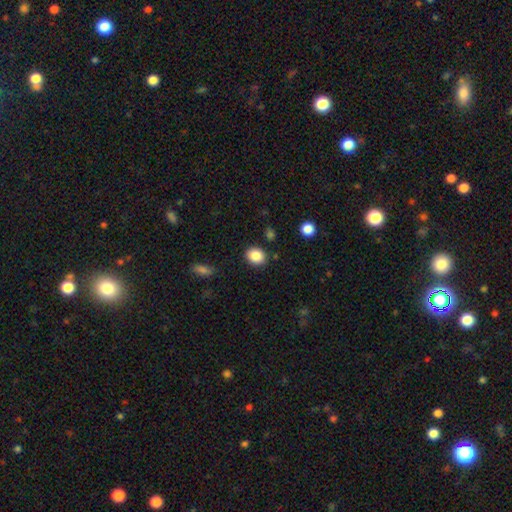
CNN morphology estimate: A smooth galaxy with no disk features (87%) that is round (59%).

Vote fractions:
- Smooth or featured? smooth: 87% / star or artifact: 9% / featured or disk: 5%
- How rounded? round: 59% / in between: 40% / cigar-shaped: 1%
- Merging? none: 87% / minor disturbance: 9% / major disturbance: 2% / merger: 2%